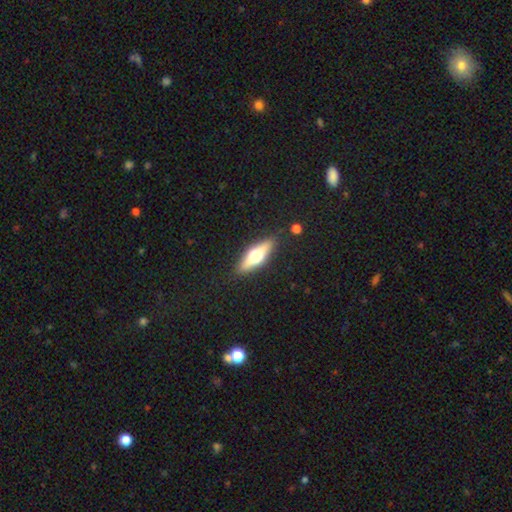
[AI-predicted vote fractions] Smooth or featured? featured or disk (50%)
Edge-on disk? yes (89%)
Merging? none (88%)